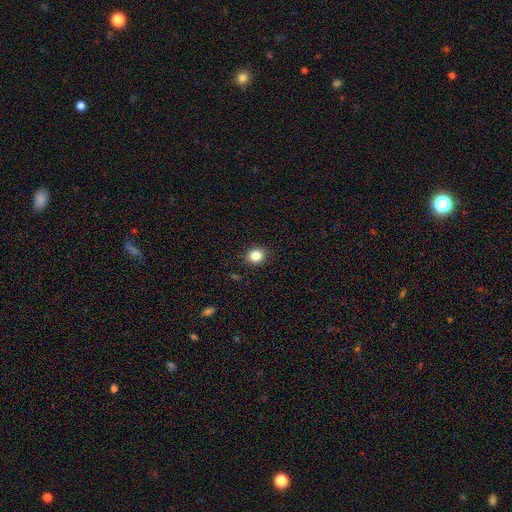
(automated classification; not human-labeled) This is clearly a smooth galaxy (83%). How rounded: likely round (70%). Merging: clearly none (90%).